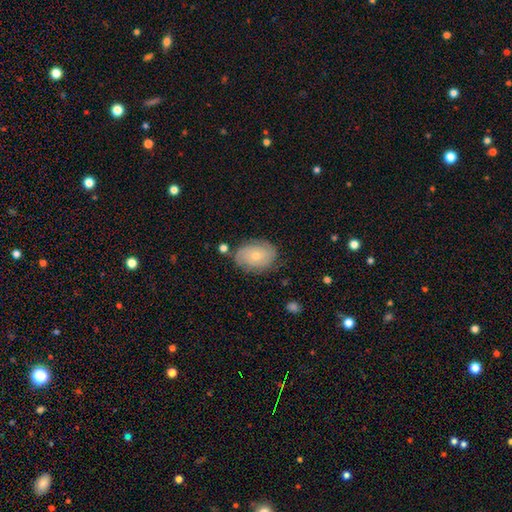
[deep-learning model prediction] Smooth or featured? Predicted: smooth (p=0.46, tied with featured or disk). Merging? Predicted: none (p=0.74).